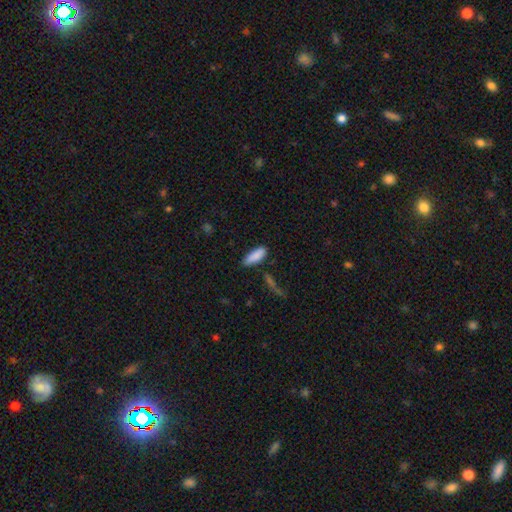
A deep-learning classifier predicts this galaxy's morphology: Smooth or featured? Predicted: smooth (p=0.87). How rounded? Predicted: in between (p=0.61). Merging? Predicted: none (p=0.74).